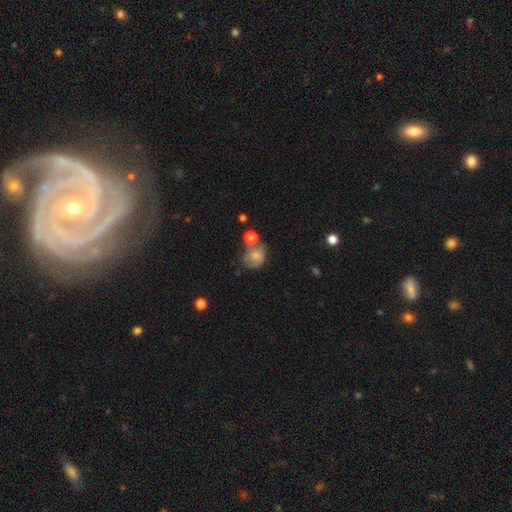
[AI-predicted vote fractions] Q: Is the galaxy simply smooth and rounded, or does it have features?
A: smooth — 55%.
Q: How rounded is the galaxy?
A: round — 59%.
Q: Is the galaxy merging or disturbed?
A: none — 38%.